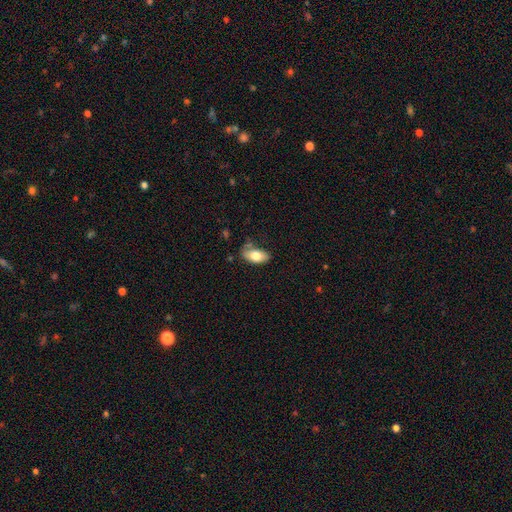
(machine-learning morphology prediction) smooth-or-featured: smooth: 75% | featured or disk: 18% | star or artifact: 7%
  how-rounded: in between: 92% | cigar-shaped: 4% | round: 4%
  merging: none: 59% | minor disturbance: 28% | major disturbance: 8% | merger: 6%